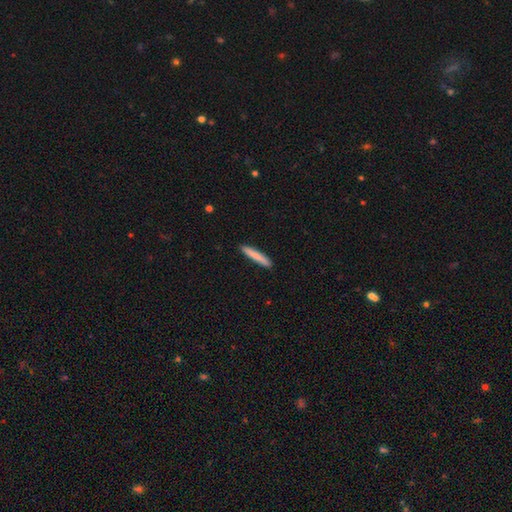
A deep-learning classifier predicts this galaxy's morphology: Q: Smooth or featured?
A: smooth (81%); runner-up: featured or disk (14%)
Q: How rounded?
A: cigar-shaped (94%); runner-up: in between (4%)
Q: Merging?
A: none (91%); runner-up: minor disturbance (6%)